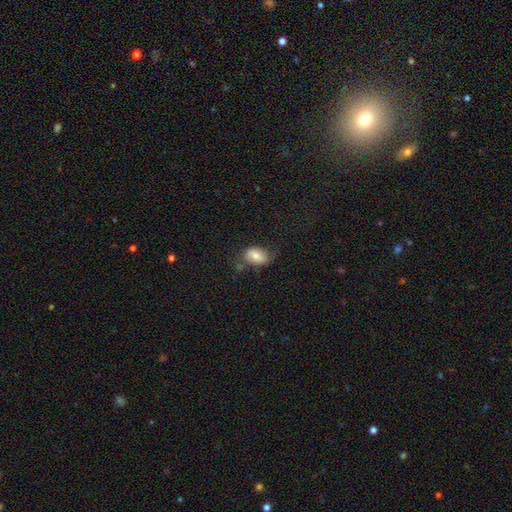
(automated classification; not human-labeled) Smooth or featured? smooth (72%)
How rounded? in between (84%)
Merging? none (53%)